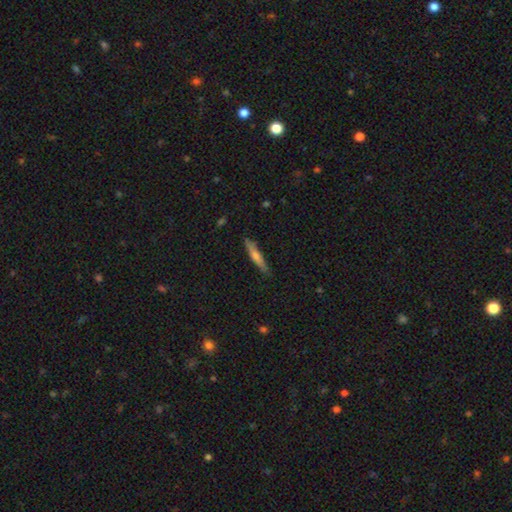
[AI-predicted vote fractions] The model was most divided on "smooth or featured": featured or disk: 51%, smooth: 42%, star or artifact: 7%. More confident: edge-on disk — yes (95%); merging — none (89%).